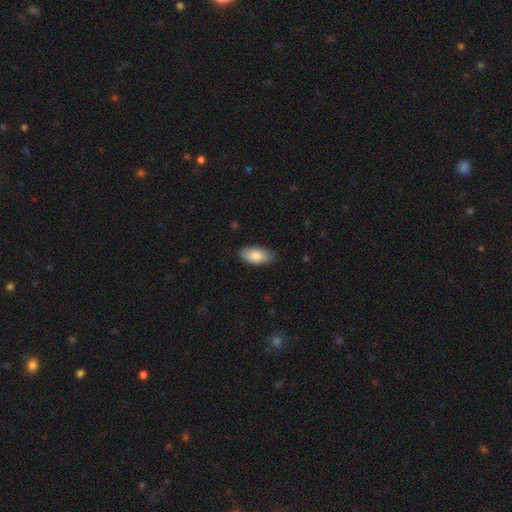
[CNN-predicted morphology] Smooth or featured? Predicted: smooth (p=0.85). How rounded? Predicted: in between (p=0.93). Merging? Predicted: none (p=0.80).